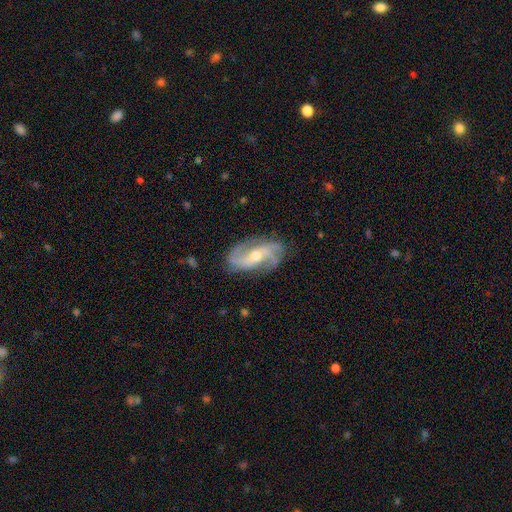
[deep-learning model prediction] featured or disk 87%, smooth 8%, star or artifact 6%. Down the decision tree: edge-on disk — no (95%); bar — no (44%); spiral arms — yes (96%); spiral arm count — 2 (65%); spiral winding — loose (42%, tied with medium); bulge size — moderate (52%); merging — none (76%).